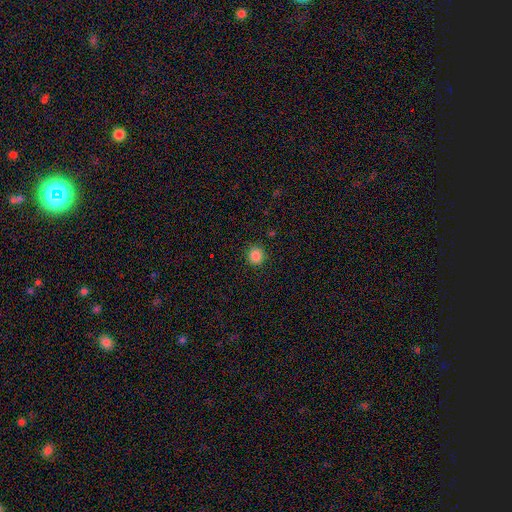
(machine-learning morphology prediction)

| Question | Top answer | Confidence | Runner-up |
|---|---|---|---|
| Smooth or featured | smooth | 86% | star or artifact (11%) |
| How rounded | round | 91% | in between (8%) |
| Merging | none | 91% | minor disturbance (6%) |